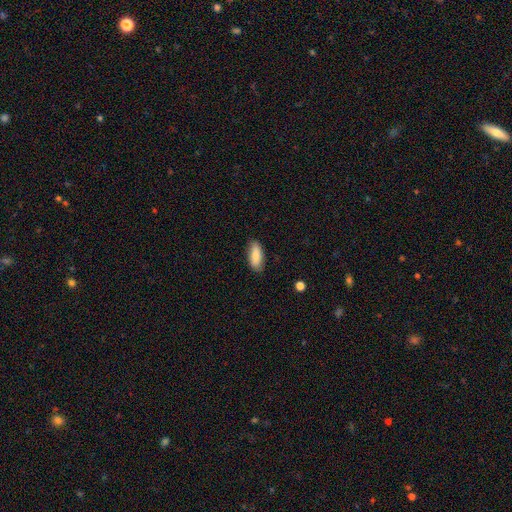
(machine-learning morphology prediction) smooth 83%, featured or disk 11%, star or artifact 6%. Down the decision tree: how rounded — in between (79%); merging — none (85%).